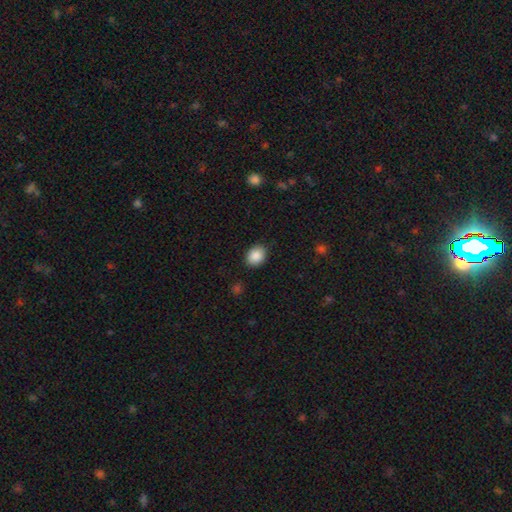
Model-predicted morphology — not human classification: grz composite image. It shows a smooth galaxy with no disk features (88%) that is in between round and cigar-shaped (56%). Merging: none (87%).